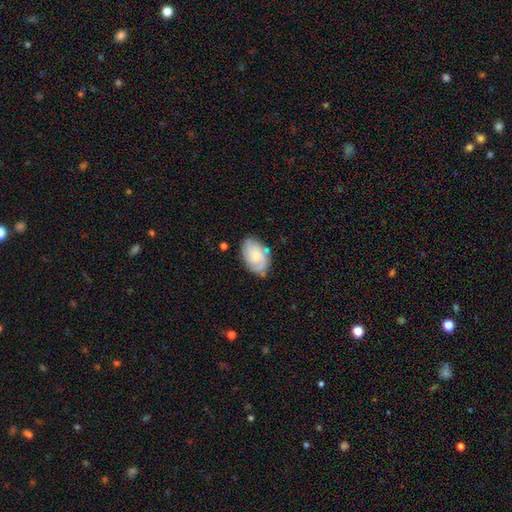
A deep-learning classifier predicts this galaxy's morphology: The model was most divided on "spiral arm count": can't tell: 33%, 2: 28%, 3: 24%, 4: 7%, 1: 5%, more than 4: 4%. More confident: edge-on disk — no (97%); spiral arms — yes (89%); bar — no (74%); merging — none (71%); smooth or featured — featured or disk (61%); bulge size — small (54%); spiral winding — tight (53%).